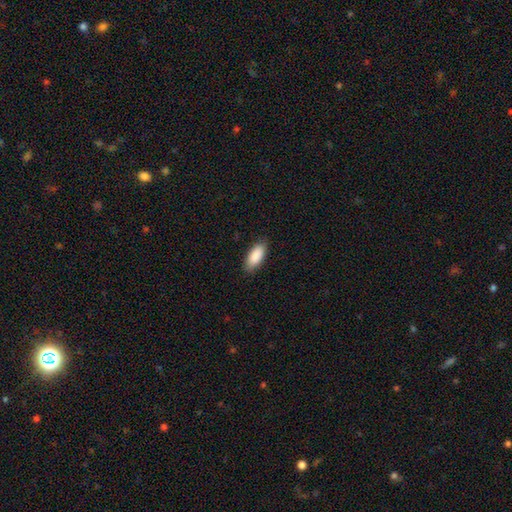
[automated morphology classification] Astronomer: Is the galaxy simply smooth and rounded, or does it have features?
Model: smooth — 90%.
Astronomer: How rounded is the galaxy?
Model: in between — 85%.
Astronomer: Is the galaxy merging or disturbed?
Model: none — 86%.